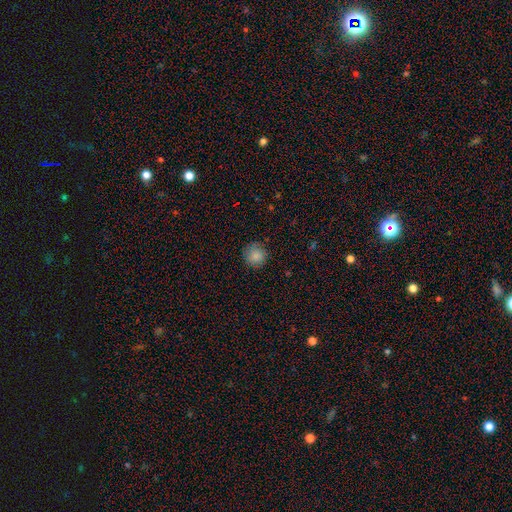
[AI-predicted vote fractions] smooth 86%, star or artifact 9%, featured or disk 5%. Down the decision tree: how rounded — round (93%); merging — none (84%).